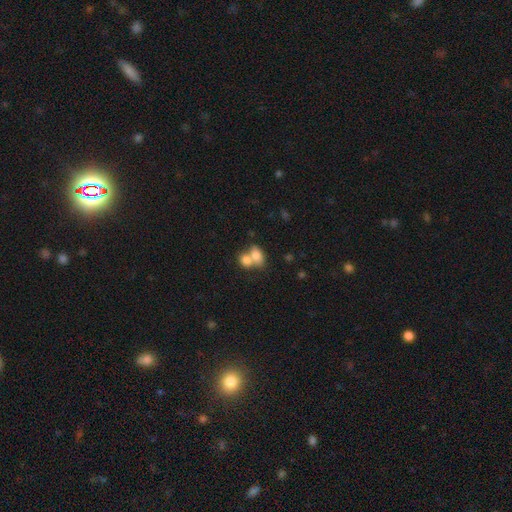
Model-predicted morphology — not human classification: A smooth galaxy with no disk features (78%) that is in between round and cigar-shaped (81%). Merging: merger (64%).